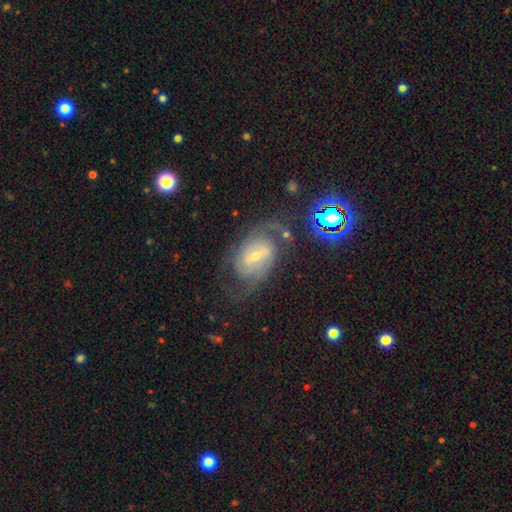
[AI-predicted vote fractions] Smooth or featured?
  - featured or disk: 81% *
  - smooth: 11%
  - star or artifact: 9%
Edge-on disk?
  - no: 97% *
  - yes: 3%
Bar?
  - weak: 52% *
  - no: 27%
  - strong: 21%
Spiral arms?
  - yes: 94% *
  - no: 6%
Spiral winding?
  - medium: 46% *
  - tight: 35%
  - loose: 19%
Spiral arm count?
  - 2: 66% *
  - can't tell: 16%
  - 3: 9%
  - 1: 3%
  - 4: 3%
  - more than 4: 3%
Bulge size?
  - small: 63% *
  - moderate: 32%
  - large: 2%
  - none: 2%
  - dominant: 1%
Merging?
  - none: 61% *
  - minor disturbance: 19%
  - major disturbance: 17%
  - merger: 3%